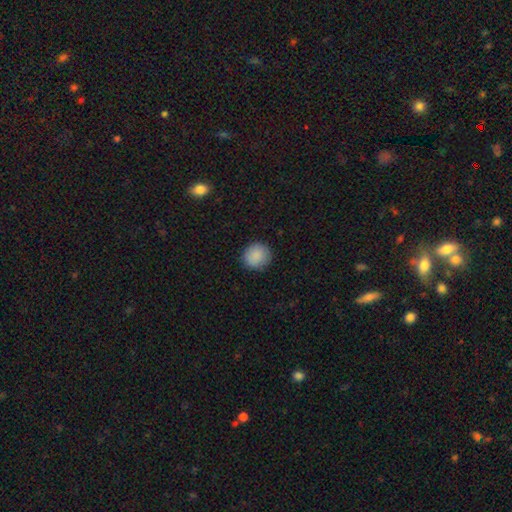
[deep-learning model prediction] Q: Smooth or featured?
A: smooth (89%); runner-up: star or artifact (7%)
Q: How rounded?
A: round (90%); runner-up: in between (9%)
Q: Merging?
A: none (89%); runner-up: minor disturbance (8%)